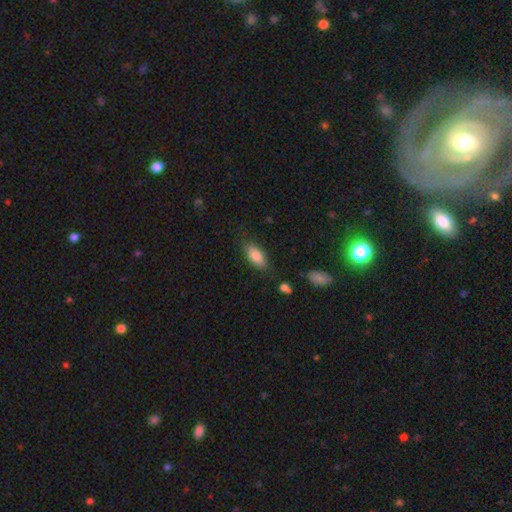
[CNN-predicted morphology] Smooth or featured? Predicted: smooth (p=0.81). How rounded? Predicted: in between (p=0.88). Merging? Predicted: none (p=0.80).